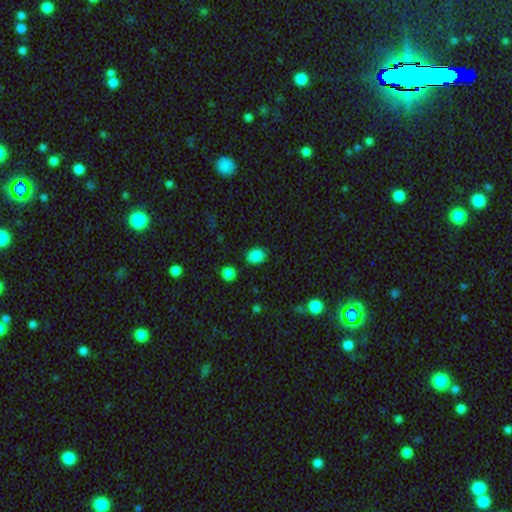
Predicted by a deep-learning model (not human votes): Smooth or featured?
  - smooth: 86% *
  - star or artifact: 10%
  - featured or disk: 4%
How rounded?
  - in between: 59% *
  - round: 40%
  - cigar-shaped: 1%
Merging?
  - none: 84% *
  - minor disturbance: 11%
  - major disturbance: 3%
  - merger: 3%